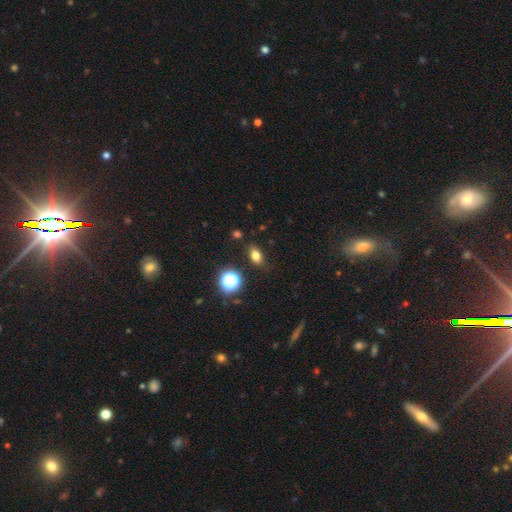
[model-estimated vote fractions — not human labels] Overall: smooth (74%). How rounded: in between (77%). Merging: none (83%).